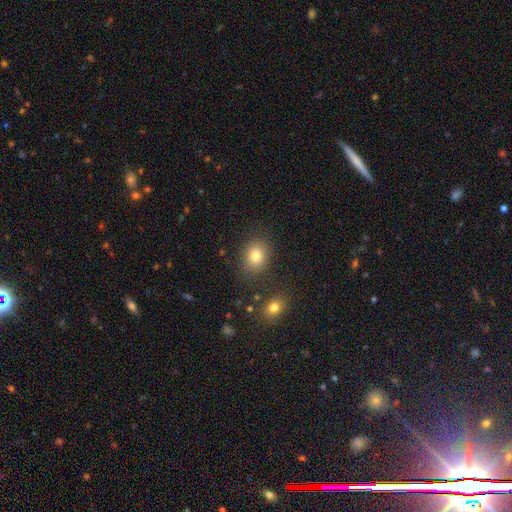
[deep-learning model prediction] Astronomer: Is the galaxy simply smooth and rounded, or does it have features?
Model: smooth — 80%.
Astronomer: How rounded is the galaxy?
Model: round — 52% (runner-up: in between, 47%).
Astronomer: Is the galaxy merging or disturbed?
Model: none — 82%.